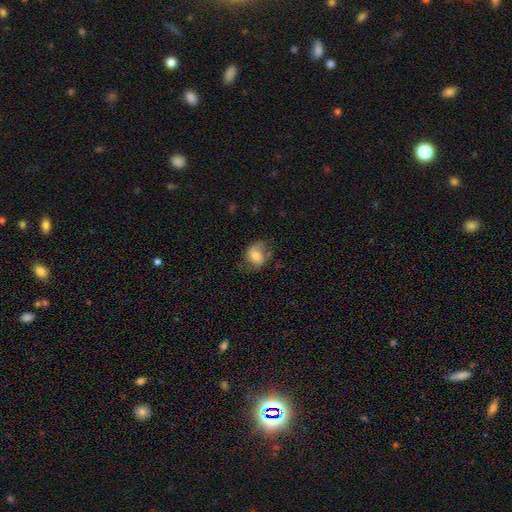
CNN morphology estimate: Smooth or featured? Predicted: smooth (p=0.58). How rounded? Predicted: in between (p=0.51). Merging? Predicted: none (p=0.61).